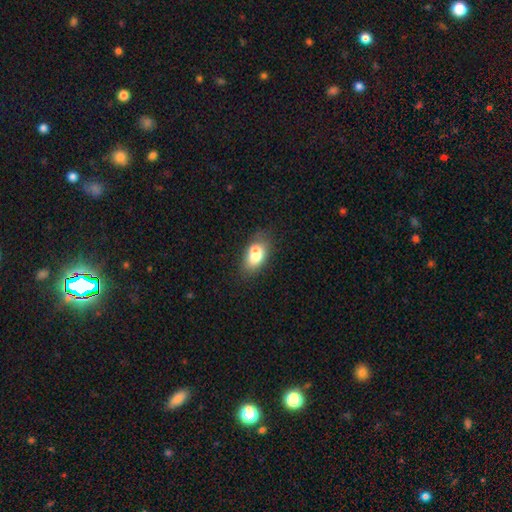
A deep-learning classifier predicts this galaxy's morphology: Smooth or featured? Predicted: smooth (p=0.68). How rounded? Predicted: in between (p=0.82). Merging? Predicted: none (p=0.44).